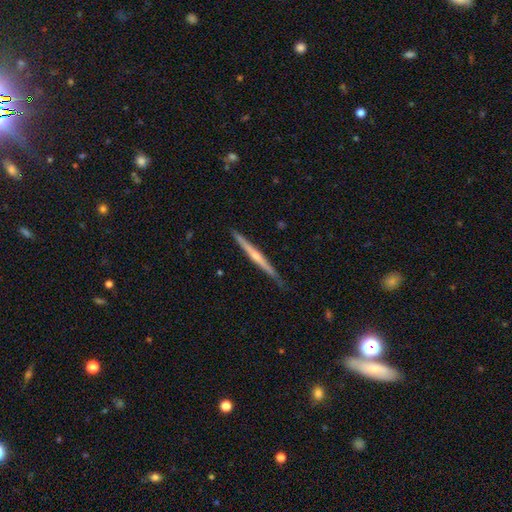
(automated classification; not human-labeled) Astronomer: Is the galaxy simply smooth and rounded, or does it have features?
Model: featured or disk — 67%.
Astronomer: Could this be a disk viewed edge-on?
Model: yes — 98%.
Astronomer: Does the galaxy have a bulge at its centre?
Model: rounded — 60% (runner-up: none, 35%).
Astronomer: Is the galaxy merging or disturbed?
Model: none — 84%.